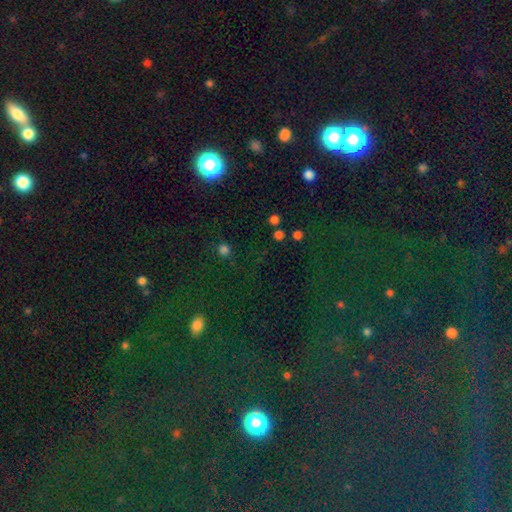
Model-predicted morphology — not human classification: type=star or artifact (66%).